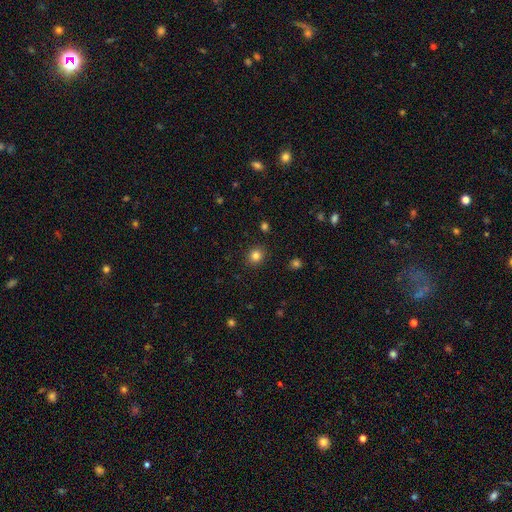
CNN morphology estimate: The model was most divided on "how rounded": round: 83%, in between: 17%, cigar-shaped: 1%. More confident: merging — none (90%); smooth or featured — smooth (83%).